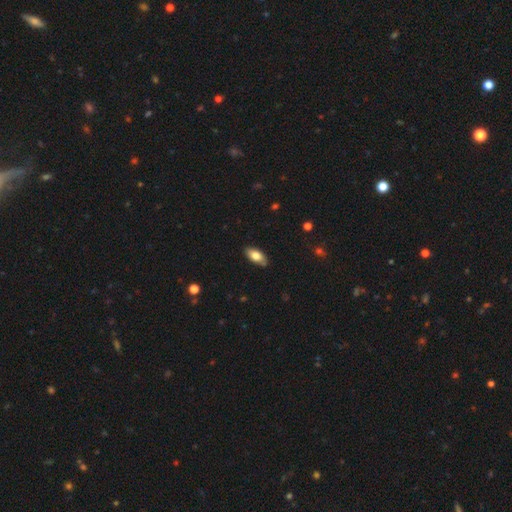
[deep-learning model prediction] This is likely a smooth galaxy (77%). How rounded: clearly in between (90%). Merging: clearly none (83%).